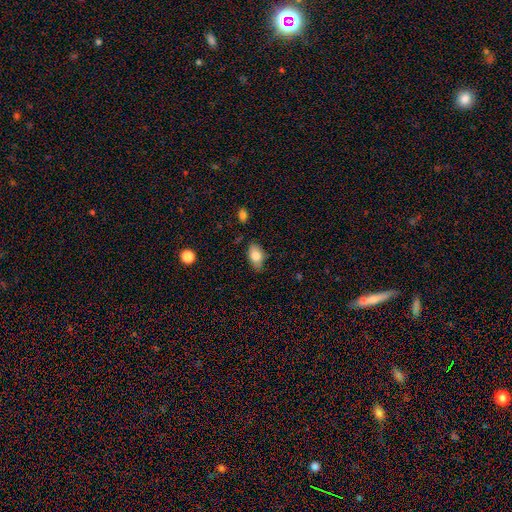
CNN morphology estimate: This is clearly a smooth galaxy (80%). How rounded: clearly in between (89%). Merging: likely none (76%).